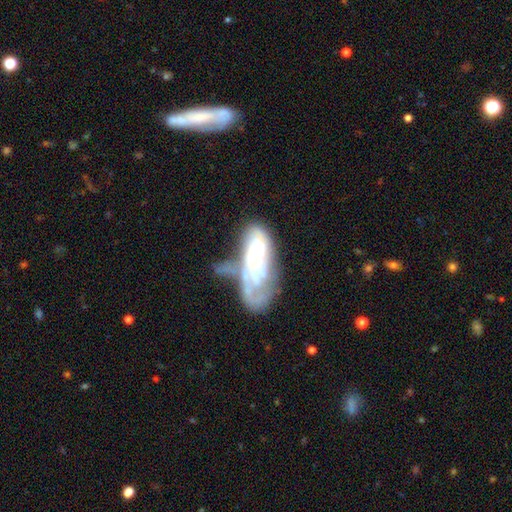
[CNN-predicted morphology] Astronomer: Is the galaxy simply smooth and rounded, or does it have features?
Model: featured or disk — 63%.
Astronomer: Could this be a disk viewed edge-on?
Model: no — 92%.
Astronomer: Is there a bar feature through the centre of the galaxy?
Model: no — 77%.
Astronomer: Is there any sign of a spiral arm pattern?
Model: yes — 50%, tied with no at 50%.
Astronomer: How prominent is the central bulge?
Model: small — 45% (runner-up: moderate, 41%).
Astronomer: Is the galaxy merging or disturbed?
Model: major disturbance — 36% (runner-up: merger, 34%).